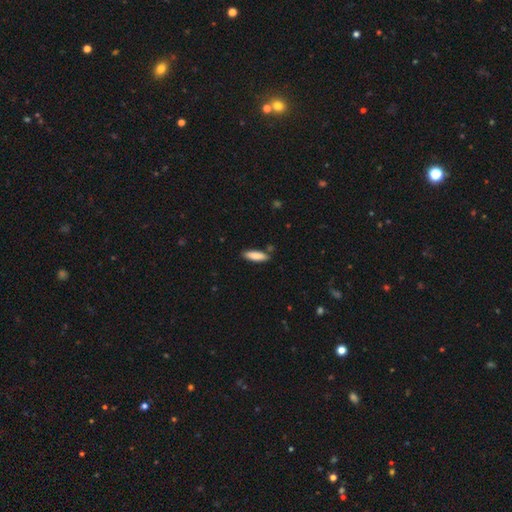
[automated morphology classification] smooth 85%, featured or disk 9%, star or artifact 6%. Down the decision tree: how rounded — cigar-shaped (54%); merging — none (82%).